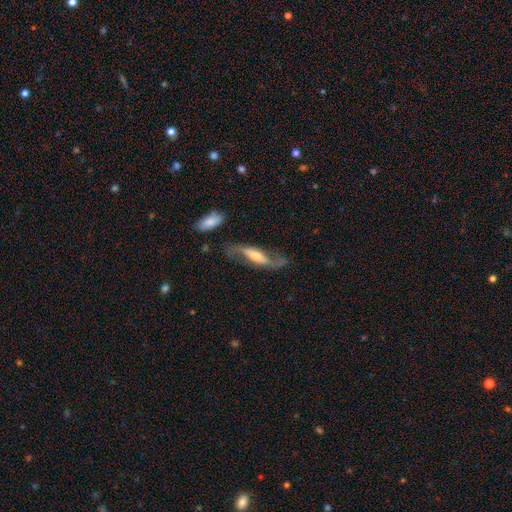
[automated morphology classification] Smooth or featured? Predicted: featured or disk (p=0.79). Edge-on disk? Predicted: no (p=0.77). Bar? Predicted: strong (p=0.42). Spiral arms? Predicted: yes (p=0.91). Spiral winding? Predicted: loose (p=0.72). Spiral arm count? Predicted: 2 (p=0.90). Bulge size? Predicted: moderate (p=0.49). Merging? Predicted: none (p=0.65).